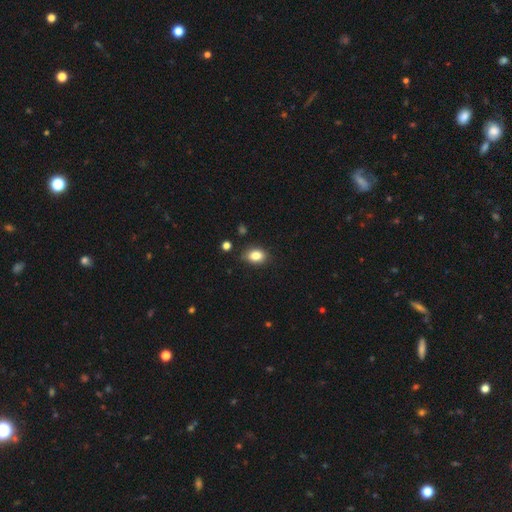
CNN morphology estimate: Smooth or featured?
  - smooth: 83% *
  - star or artifact: 10%
  - featured or disk: 7%
How rounded?
  - in between: 72% *
  - round: 27%
  - cigar-shaped: 1%
Merging?
  - none: 79% *
  - minor disturbance: 16%
  - major disturbance: 3%
  - merger: 2%